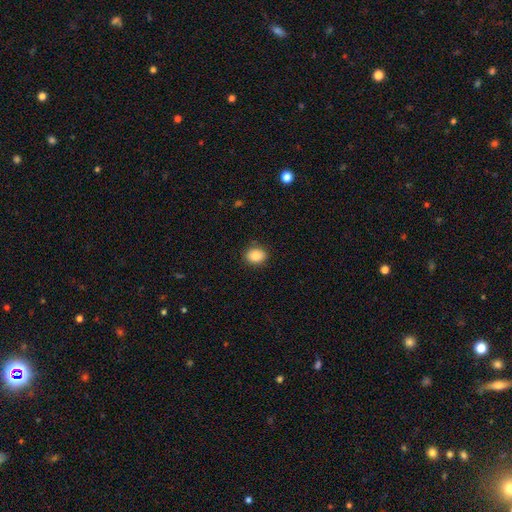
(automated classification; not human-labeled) Morphology: type=smooth (86%); roundness=round (50%); merging=none (88%).